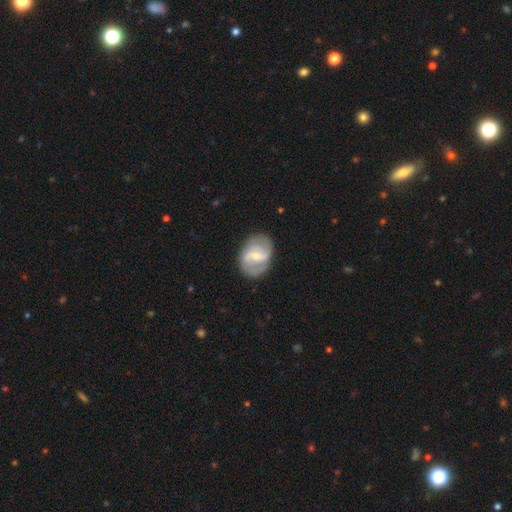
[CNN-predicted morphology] smooth-or-featured: featured or disk: 78% | smooth: 17% | star or artifact: 5%
  disk-edge-on: no: 98% | yes: 2%
    bar: weak: 53% | strong: 30% | no: 18%
    has-spiral-arms: yes: 91% | no: 9%
      spiral-winding: medium: 49% | loose: 28% | tight: 23%
      spiral-arm-count: 2: 81% | can't tell: 9% | 3: 5% | 1: 3% | 4: 1% | more than 4: 1%
    bulge-size: small: 53% | moderate: 40% | none: 4% | large: 3% | dominant: 1%
  merging: none: 78% | minor disturbance: 15% | major disturbance: 6% | merger: 1%